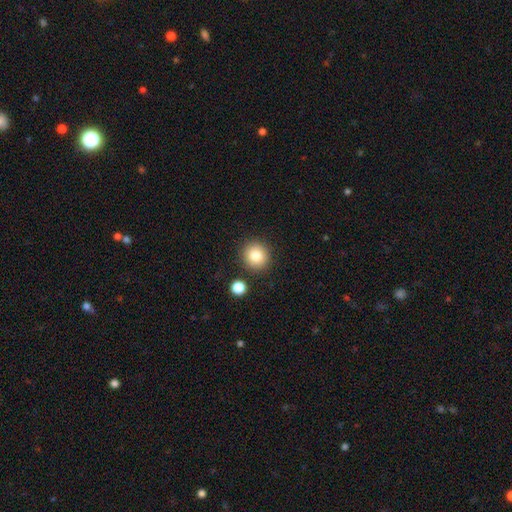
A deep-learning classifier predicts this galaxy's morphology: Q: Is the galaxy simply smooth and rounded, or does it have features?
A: smooth — 82%.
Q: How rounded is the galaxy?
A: round — 91%.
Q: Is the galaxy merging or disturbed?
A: none — 86%.